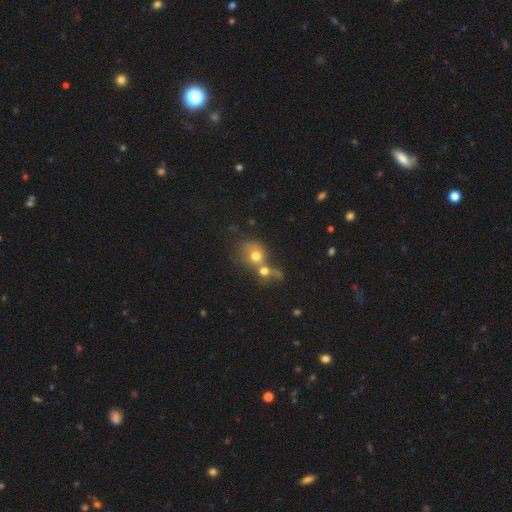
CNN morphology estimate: Smooth or featured?
  - smooth: 68% *
  - featured or disk: 19%
  - star or artifact: 12%
How rounded?
  - round: 72% *
  - in between: 27%
  - cigar-shaped: 1%
Merging?
  - merger: 67% *
  - none: 20%
  - minor disturbance: 7%
  - major disturbance: 6%